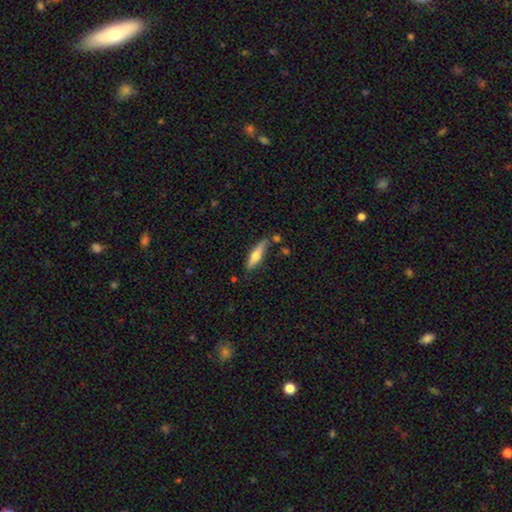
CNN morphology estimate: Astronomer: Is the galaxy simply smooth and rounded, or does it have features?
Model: smooth — 53% (runner-up: featured or disk, 41%).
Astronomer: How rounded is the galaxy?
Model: cigar-shaped — 72%.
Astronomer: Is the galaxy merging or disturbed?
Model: none — 76%.